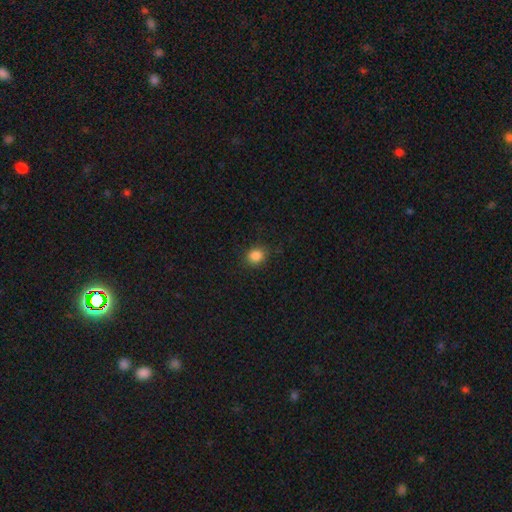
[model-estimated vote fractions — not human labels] A smooth galaxy with no disk features (85%) that is round (70%).

Vote fractions:
- Smooth or featured? smooth: 85% / star or artifact: 11% / featured or disk: 4%
- How rounded? round: 70% / in between: 29% / cigar-shaped: 1%
- Merging? none: 87% / minor disturbance: 9% / major disturbance: 3% / merger: 1%